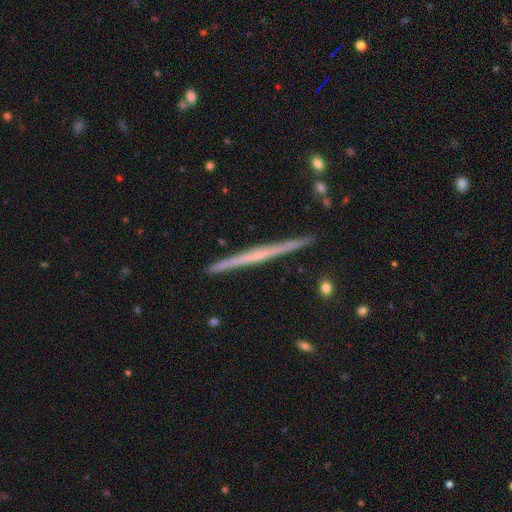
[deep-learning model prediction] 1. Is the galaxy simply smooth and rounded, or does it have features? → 69% featured or disk, 25% smooth, 6% star or artifact.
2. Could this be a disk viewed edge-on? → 98% yes, 2% no.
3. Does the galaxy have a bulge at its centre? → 70% none, 23% rounded, 7% boxy.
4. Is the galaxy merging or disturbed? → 92% none, 6% minor disturbance, 1% merger, 1% major disturbance.